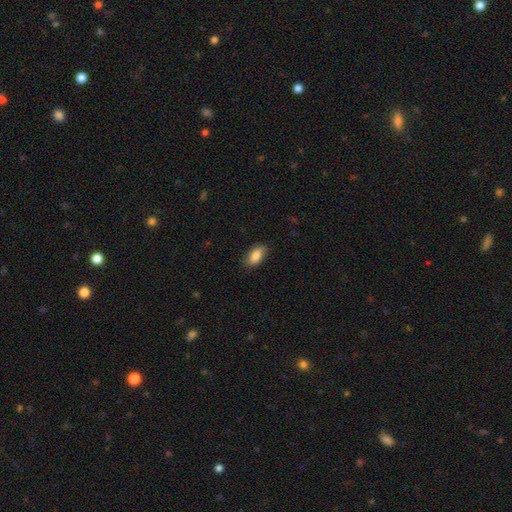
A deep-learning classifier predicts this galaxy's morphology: smooth 82%, featured or disk 12%, star or artifact 7%. Down the decision tree: how rounded — in between (90%); merging — none (82%).